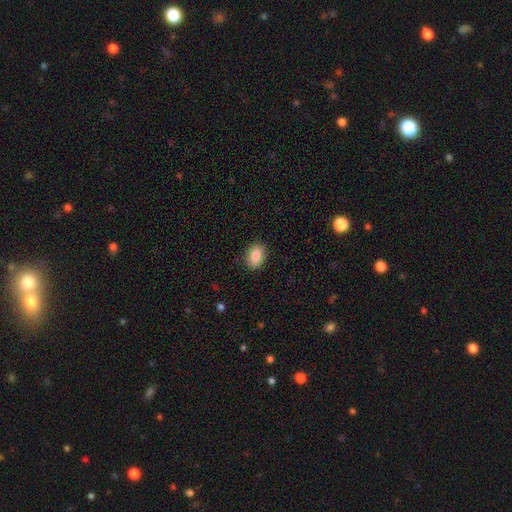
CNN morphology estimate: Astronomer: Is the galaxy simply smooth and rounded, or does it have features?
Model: smooth — 88%.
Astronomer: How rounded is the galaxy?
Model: in between — 83%.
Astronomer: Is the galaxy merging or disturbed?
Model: none — 87%.